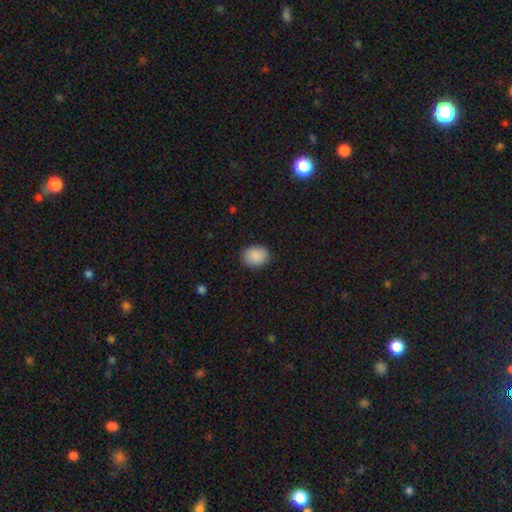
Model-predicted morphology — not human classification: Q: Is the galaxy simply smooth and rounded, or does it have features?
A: smooth — 90%.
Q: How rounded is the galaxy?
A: in between — 61%.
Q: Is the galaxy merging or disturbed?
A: none — 86%.